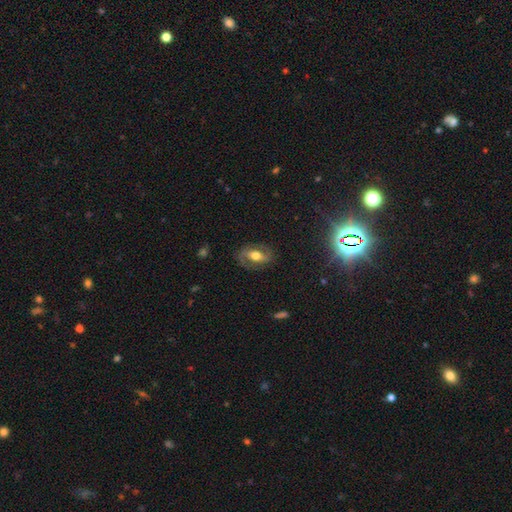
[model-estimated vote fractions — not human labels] smooth_or_featured: featured or disk (p=0.64) [alt: smooth p=0.28]
disk_edge_on: no (p=0.91) [alt: yes p=0.09]
bar: strong (p=0.37) [alt: weak p=0.32]
has_spiral_arms: yes (p=0.73) [alt: no p=0.27]
bulge_size: moderate (p=0.67) [alt: large p=0.20]
merging: none (p=0.78) [alt: minor disturbance p=0.14]